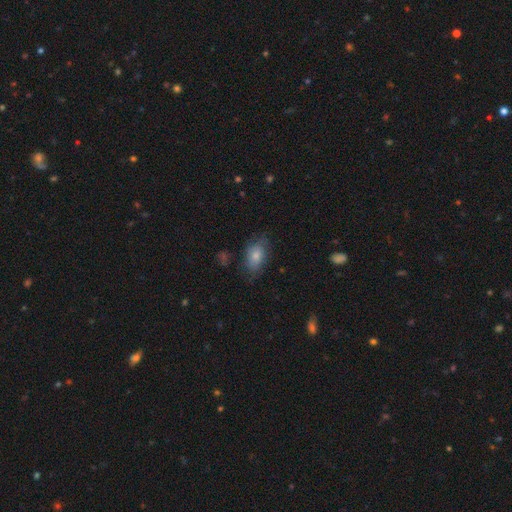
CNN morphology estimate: This is likely a smooth galaxy (78%). How rounded: clearly in between (88%). Merging: likely none (67%).